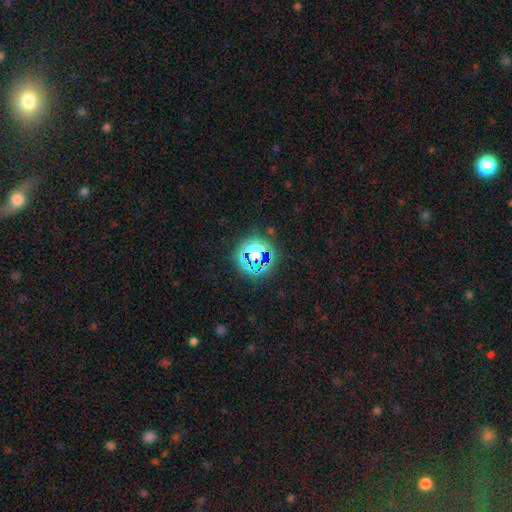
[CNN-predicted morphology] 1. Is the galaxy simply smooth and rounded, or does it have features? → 64% star or artifact, 26% smooth, 11% featured or disk.